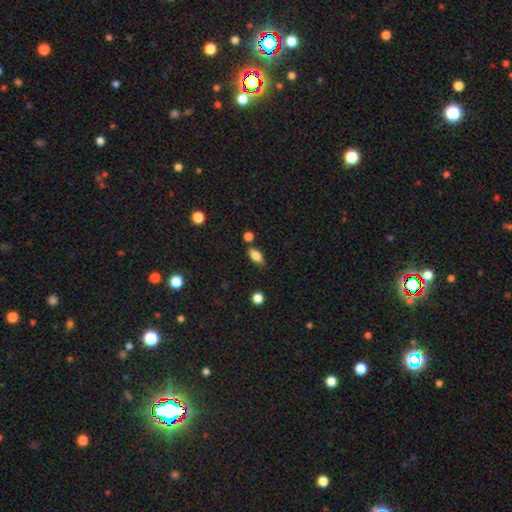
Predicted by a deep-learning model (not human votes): The model was most divided on "merging": none: 76%, minor disturbance: 13%, merger: 8%, major disturbance: 3%. More confident: how rounded — in between (86%); smooth or featured — smooth (78%).